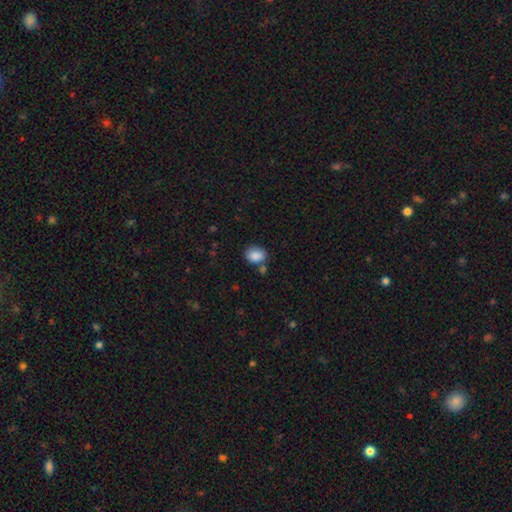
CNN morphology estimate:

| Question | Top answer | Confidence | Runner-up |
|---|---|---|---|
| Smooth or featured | smooth | 87% | star or artifact (8%) |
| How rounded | in between | 63% | round (36%) |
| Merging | none | 67% | minor disturbance (16%) |